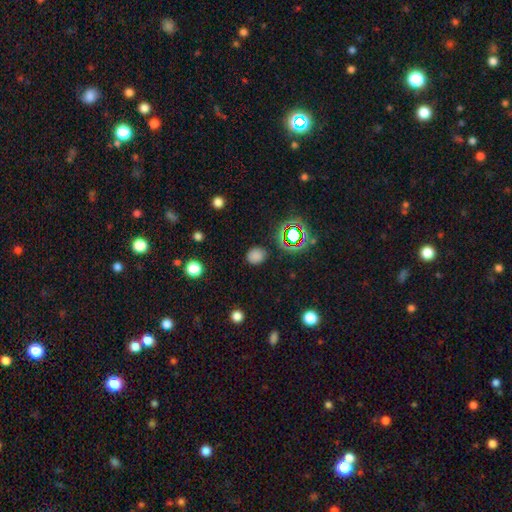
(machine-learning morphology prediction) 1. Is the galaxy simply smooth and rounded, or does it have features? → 75% smooth, 20% star or artifact, 5% featured or disk.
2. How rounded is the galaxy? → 68% round, 31% in between, 1% cigar-shaped.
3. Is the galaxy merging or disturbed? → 85% none, 10% minor disturbance, 3% major disturbance, 2% merger.